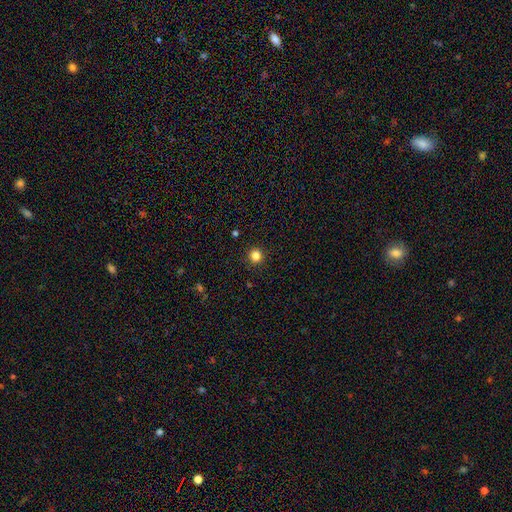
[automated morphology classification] A smooth galaxy with no disk features (83%) that is round (94%). Merging: none (92%).